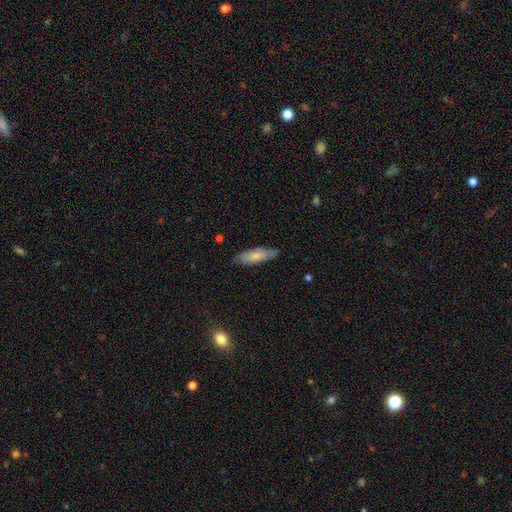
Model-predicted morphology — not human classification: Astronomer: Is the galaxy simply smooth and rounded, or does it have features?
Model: smooth — 73%.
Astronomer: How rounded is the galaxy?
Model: in between — 51% (runner-up: cigar-shaped, 47%).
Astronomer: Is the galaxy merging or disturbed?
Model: none — 81%.